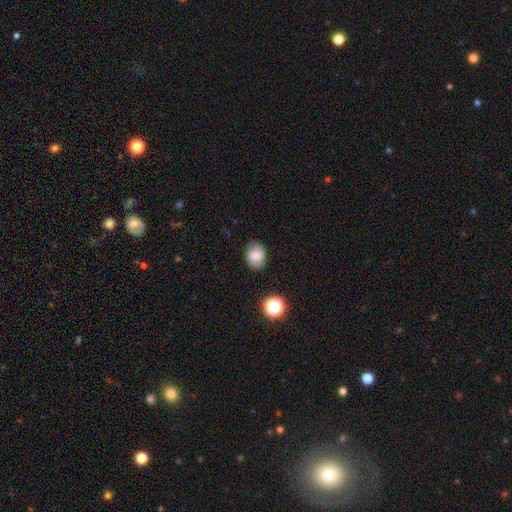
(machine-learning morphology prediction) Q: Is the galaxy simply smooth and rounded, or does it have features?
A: smooth — 67%.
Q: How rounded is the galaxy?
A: in between — 56%.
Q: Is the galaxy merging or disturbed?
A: none — 77%.